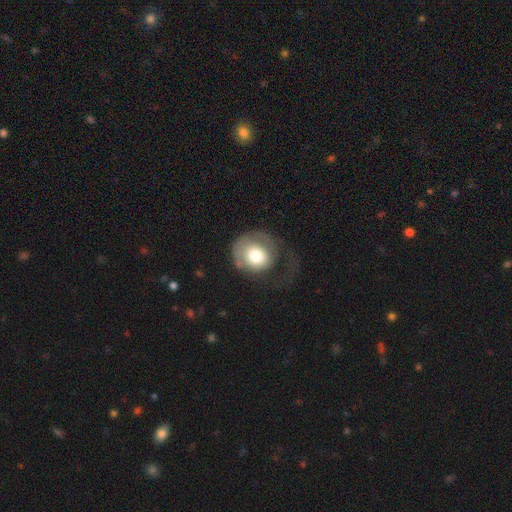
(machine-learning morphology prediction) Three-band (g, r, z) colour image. It shows a smooth galaxy with no disk features (64%) that is round (79%). Merging: major disturbance (44%).